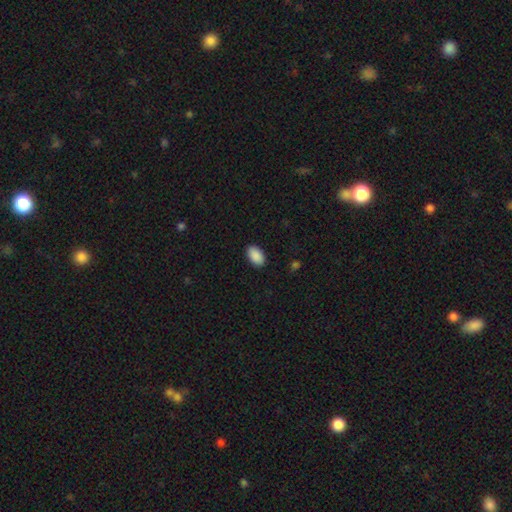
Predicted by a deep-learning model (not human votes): smooth 91%, star or artifact 7%, featured or disk 3%. Down the decision tree: how rounded — in between (94%); merging — none (89%).